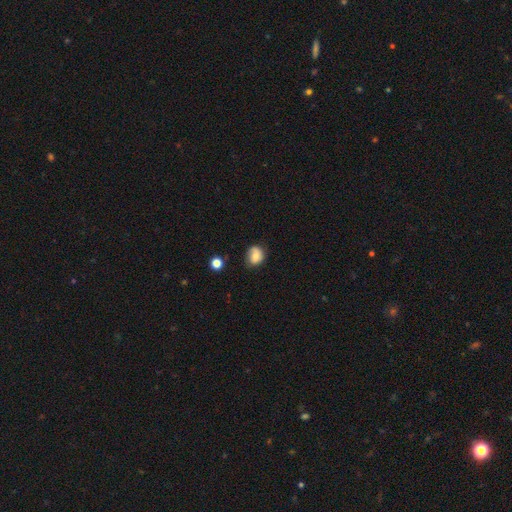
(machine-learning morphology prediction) Overall: smooth (67%). How rounded: round (58%; in between 41%). Merging: none (61%; minor disturbance 27%).